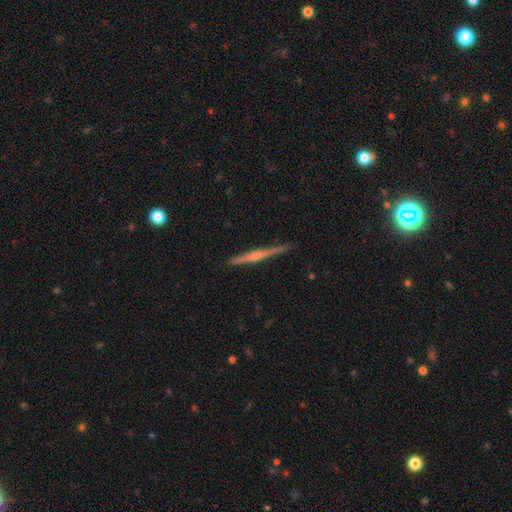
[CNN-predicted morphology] The model was most divided on "edge-on bulge": rounded: 66%, none: 24%, boxy: 10%. More confident: edge-on disk — yes (98%); merging — none (89%); smooth or featured — featured or disk (70%).